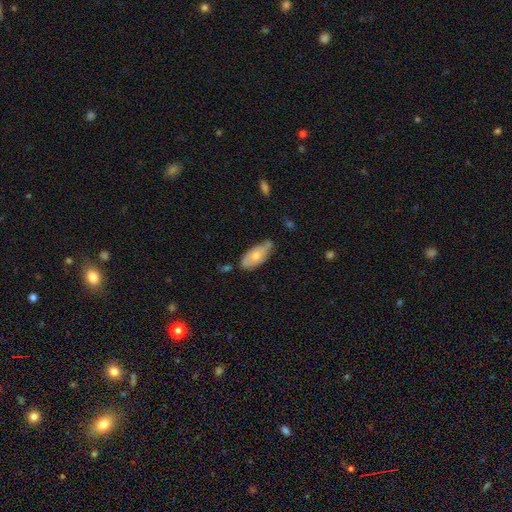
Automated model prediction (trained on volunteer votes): Q: Smooth or featured?
A: smooth (64%); runner-up: featured or disk (30%)
Q: How rounded?
A: in between (89%); runner-up: cigar-shaped (9%)
Q: Merging?
A: none (54%); runner-up: minor disturbance (32%)